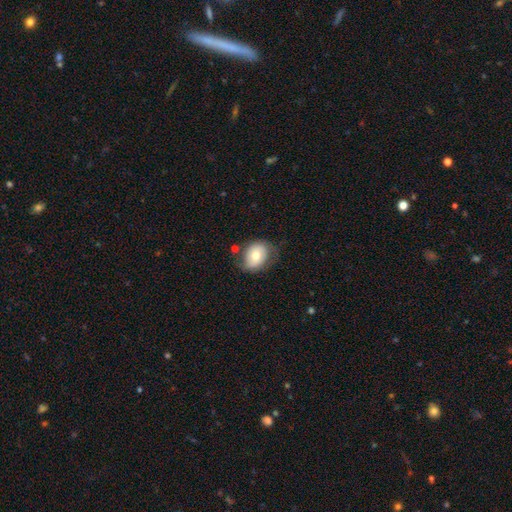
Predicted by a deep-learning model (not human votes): Smooth or featured? smooth (63%)
How rounded? in between (58%)
Merging? none (61%)